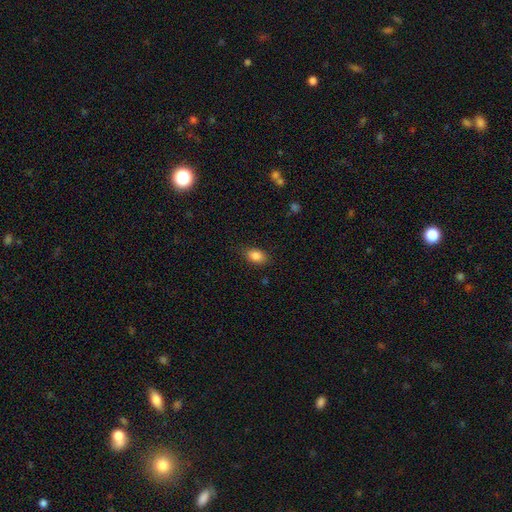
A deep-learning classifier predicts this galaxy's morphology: A smooth galaxy with no disk features (86%) that is in between round and cigar-shaped (83%).

Vote fractions:
- Smooth or featured? smooth: 86% / star or artifact: 9% / featured or disk: 6%
- How rounded? in between: 83% / round: 15% / cigar-shaped: 2%
- Merging? none: 83% / minor disturbance: 13% / major disturbance: 3% / merger: 1%